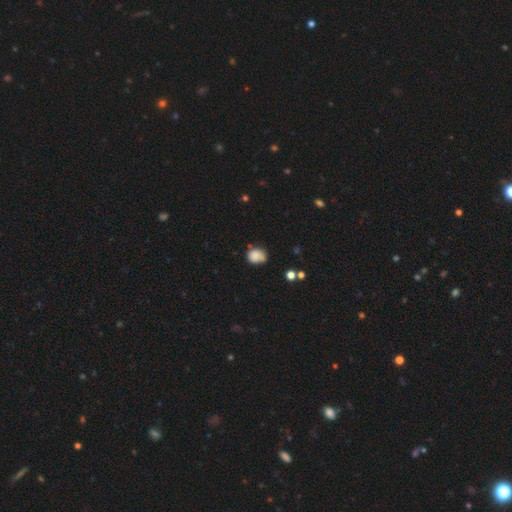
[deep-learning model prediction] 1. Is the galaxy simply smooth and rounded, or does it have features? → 81% smooth, 10% star or artifact, 8% featured or disk.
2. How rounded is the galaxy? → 55% round, 44% in between, 1% cigar-shaped.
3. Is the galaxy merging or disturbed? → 50% none, 33% minor disturbance, 9% merger, 8% major disturbance.